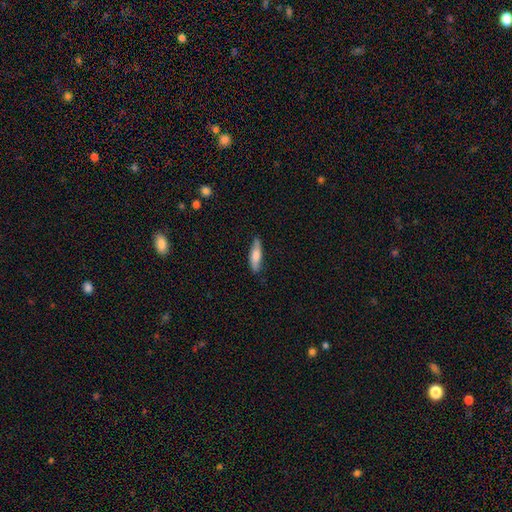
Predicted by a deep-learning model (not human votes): Smooth or featured: smooth — 71% (featured or disk — 24%)
How rounded: cigar-shaped — 61% (in between — 37%)
Merging: none — 79% (minor disturbance — 17%)